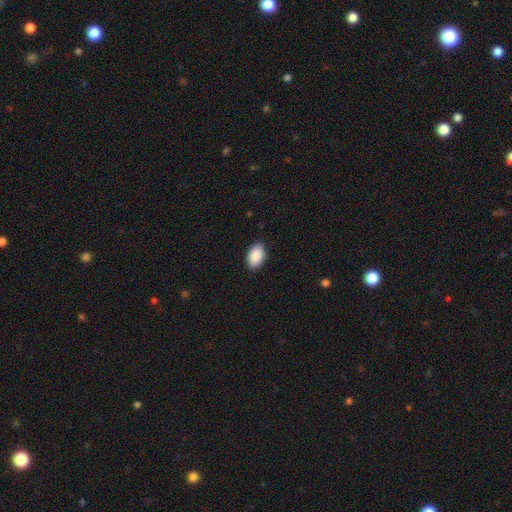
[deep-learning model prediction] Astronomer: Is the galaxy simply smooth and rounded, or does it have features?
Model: smooth — 90%.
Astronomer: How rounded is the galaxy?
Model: in between — 94%.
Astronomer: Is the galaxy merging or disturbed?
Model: none — 89%.